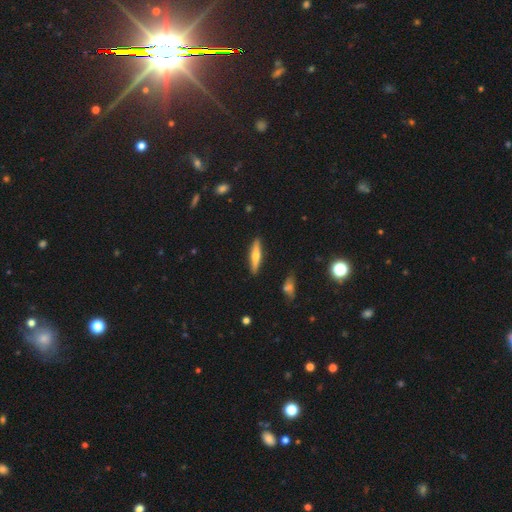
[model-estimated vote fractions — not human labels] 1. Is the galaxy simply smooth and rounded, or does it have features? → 49% smooth, 45% featured or disk, 6% star or artifact.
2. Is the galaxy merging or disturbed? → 89% none, 8% minor disturbance, 2% major disturbance, 2% merger.